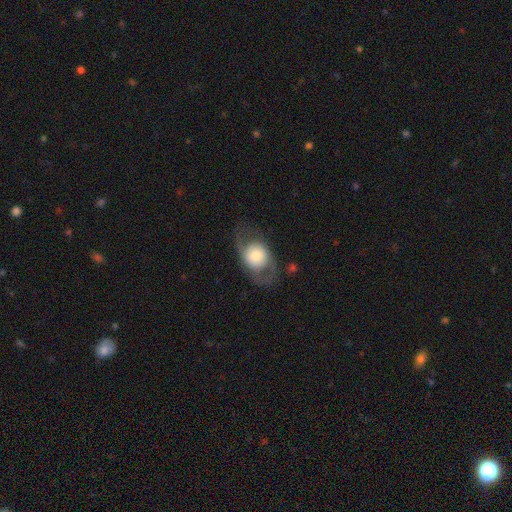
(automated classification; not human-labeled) smooth-or-featured: featured or disk: 50% | smooth: 44% | star or artifact: 7%
  merging: none: 65% | minor disturbance: 17% | major disturbance: 16% | merger: 2%